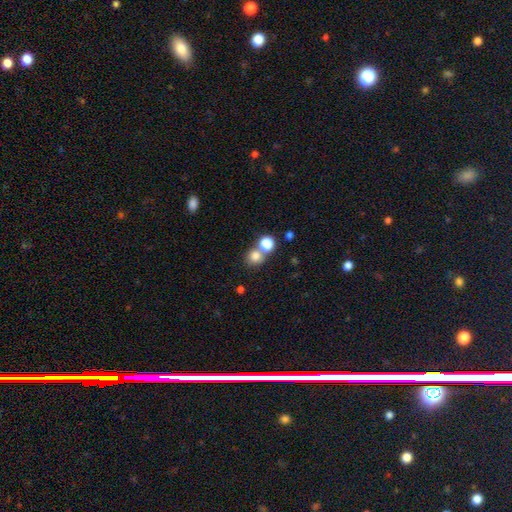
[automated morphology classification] A smooth galaxy with no disk features (79%) that is round (83%).

Vote fractions:
- Smooth or featured? smooth: 79% / star or artifact: 14% / featured or disk: 8%
- How rounded? round: 83% / in between: 16% / cigar-shaped: 1%
- Merging? none: 53% / merger: 36% / minor disturbance: 7% / major disturbance: 3%